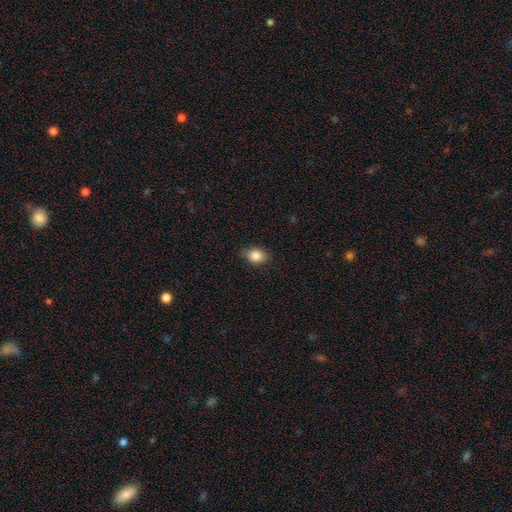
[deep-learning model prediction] smooth 85%, star or artifact 9%, featured or disk 6%. Down the decision tree: how rounded — in between (63%); merging — none (83%).